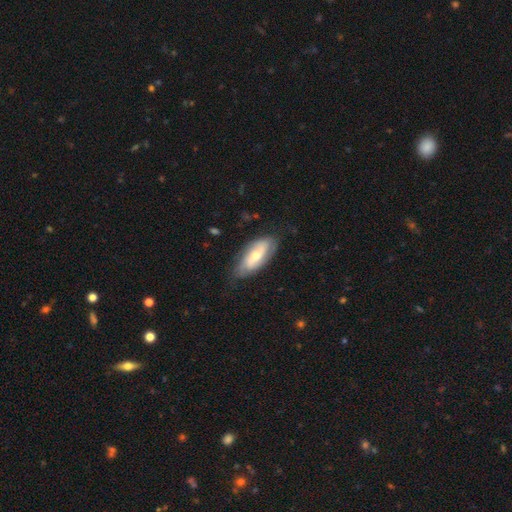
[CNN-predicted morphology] Q: Smooth or featured?
A: featured or disk (55%); runner-up: smooth (39%)
Q: Edge-on disk?
A: no (85%); runner-up: yes (15%)
Q: Merging?
A: none (71%); runner-up: minor disturbance (22%)